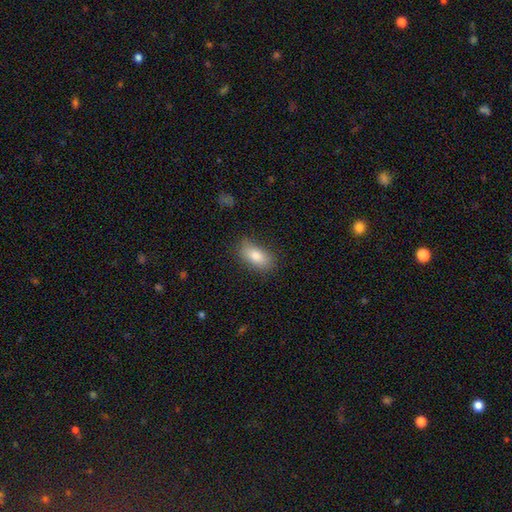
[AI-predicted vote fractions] Smooth or featured? smooth (82%)
How rounded? in between (88%)
Merging? none (78%)